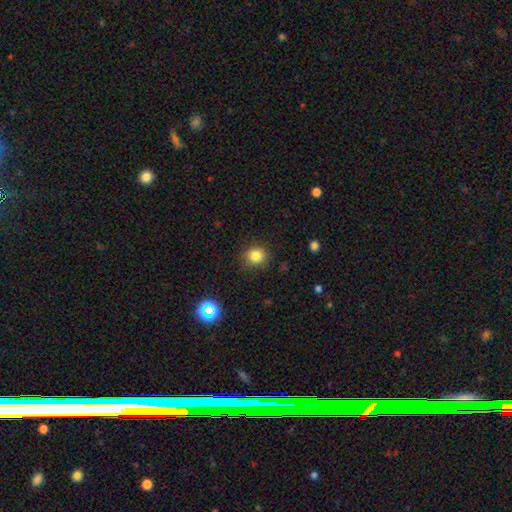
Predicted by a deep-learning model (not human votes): smooth 83%, star or artifact 12%, featured or disk 5%. Down the decision tree: how rounded — round (83%); merging — none (86%).